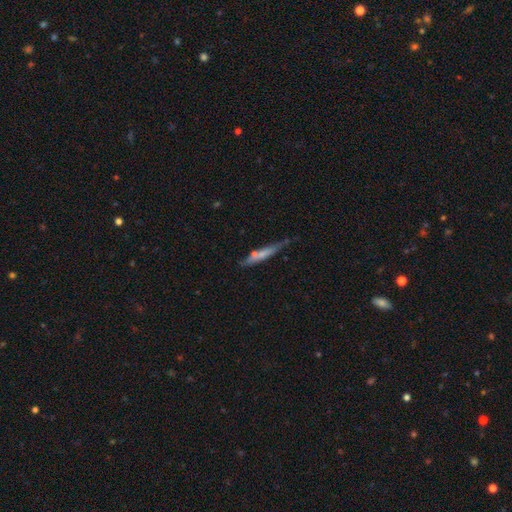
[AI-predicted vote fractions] Smooth or featured? smooth (50%)
Merging? none (68%)